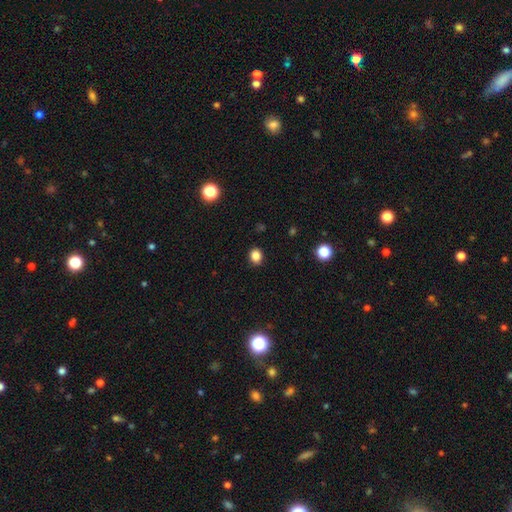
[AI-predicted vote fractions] The model was most divided on "how rounded": round: 61%, in between: 38%, cigar-shaped: 1%. More confident: merging — none (89%); smooth or featured — smooth (85%).